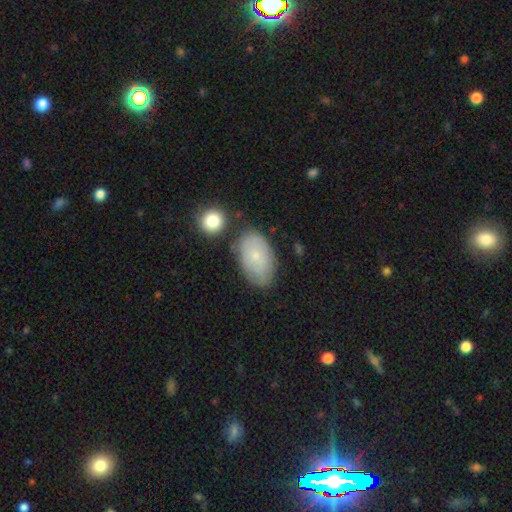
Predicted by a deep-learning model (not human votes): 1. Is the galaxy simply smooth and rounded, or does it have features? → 67% smooth, 26% featured or disk, 7% star or artifact.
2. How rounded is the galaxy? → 93% in between, 6% round, 2% cigar-shaped.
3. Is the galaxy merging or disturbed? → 67% none, 22% minor disturbance, 6% merger, 5% major disturbance.